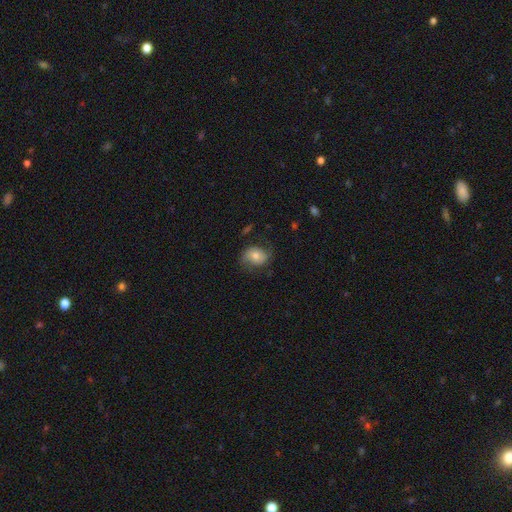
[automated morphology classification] smooth_or_featured: smooth (p=0.51) [alt: featured or disk p=0.40]
how_rounded: in between (p=0.54) [alt: round p=0.45]
merging: none (p=0.63) [alt: minor disturbance p=0.23]